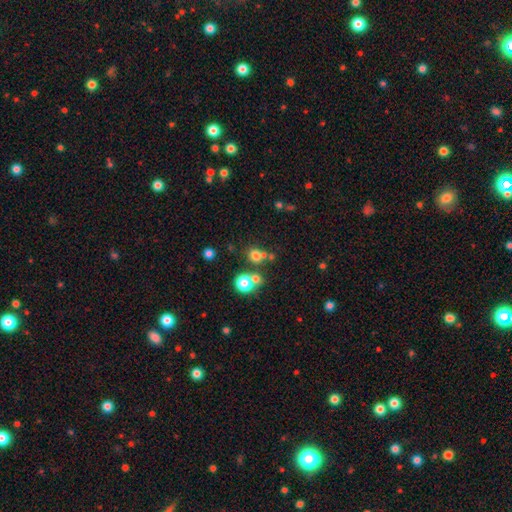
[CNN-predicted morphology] Smooth or featured: smooth — 68% (star or artifact — 21%)
How rounded: round — 82% (in between — 17%)
Merging: none — 60% (merger — 28%)